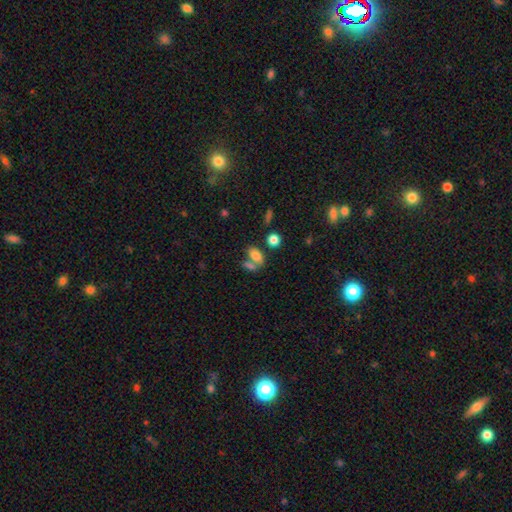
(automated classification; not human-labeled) Smooth or featured? Predicted: smooth (p=0.78). How rounded? Predicted: in between (p=0.83). Merging? Predicted: none (p=0.43).